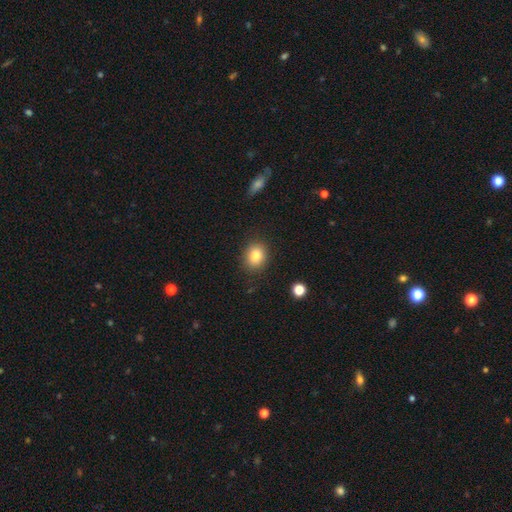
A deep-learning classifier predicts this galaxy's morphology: Q: Smooth or featured?
A: smooth (83%); runner-up: star or artifact (10%)
Q: How rounded?
A: round (59%); runner-up: in between (40%)
Q: Merging?
A: none (87%); runner-up: minor disturbance (9%)